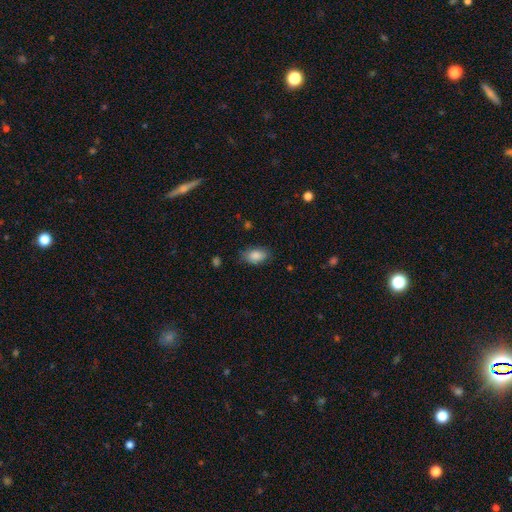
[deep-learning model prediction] smooth-or-featured: smooth: 86% | star or artifact: 7% | featured or disk: 7%
  how-rounded: in between: 91% | round: 7% | cigar-shaped: 2%
  merging: none: 78% | minor disturbance: 16% | major disturbance: 4% | merger: 1%